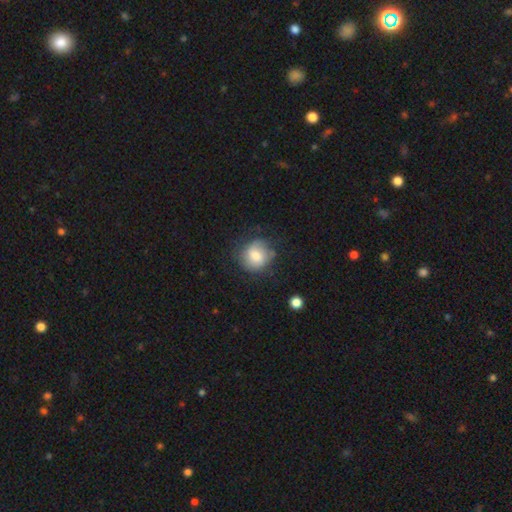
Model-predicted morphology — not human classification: A smooth galaxy with no disk features (68%) that is round (81%). Merging: none (63%).